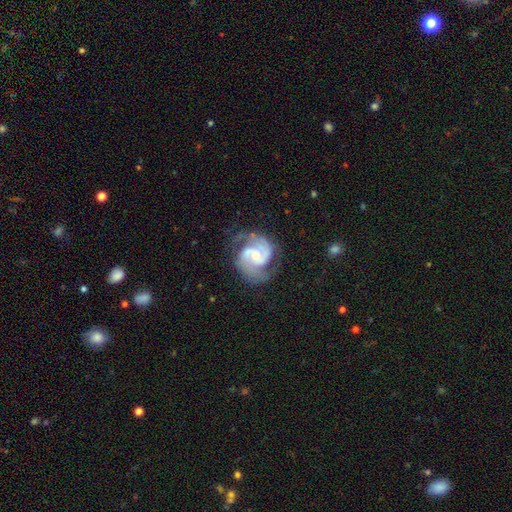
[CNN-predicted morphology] This appears to be a featured or disk galaxy (91%) with no bar (51%), 2 (83%) medium (54%) spiral arms (98%) and a moderate central bulge (52%). Merging: none (72%).